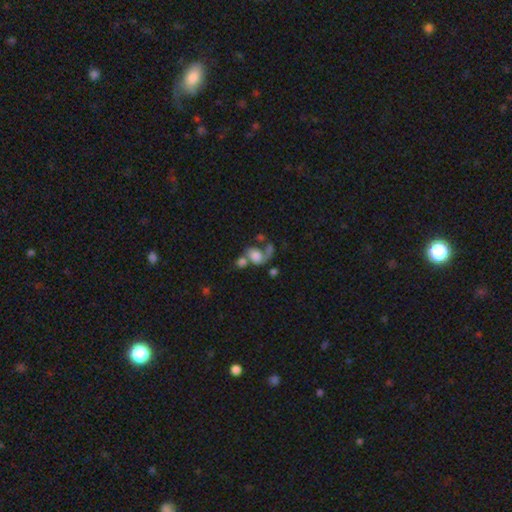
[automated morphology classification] smooth-or-featured: smooth: 50% | featured or disk: 39% | star or artifact: 11%
  how-rounded: round: 50% | in between: 49% | cigar-shaped: 2%
  merging: merger: 49% | major disturbance: 23% | none: 19% | minor disturbance: 9%